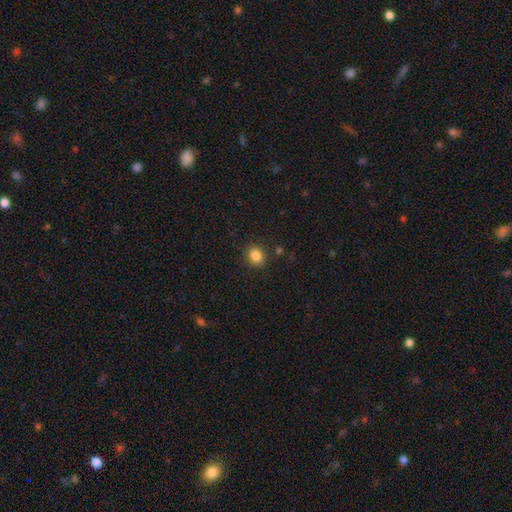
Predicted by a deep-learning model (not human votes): This is clearly a smooth galaxy (85%). How rounded: likely round (73%). Merging: clearly none (87%).